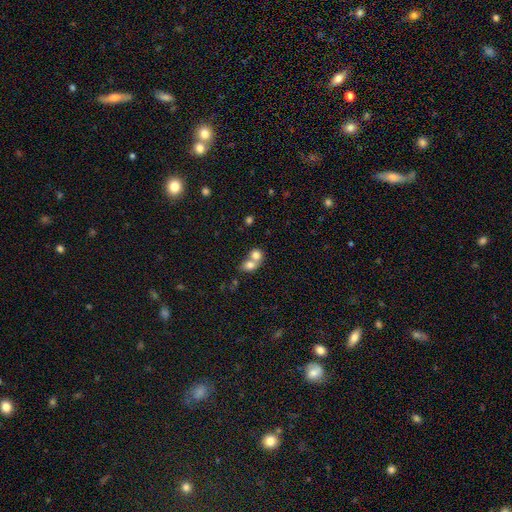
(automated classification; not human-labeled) This is likely a smooth galaxy (77%). How rounded: likely round (61%). Merging: likely merger (69%).